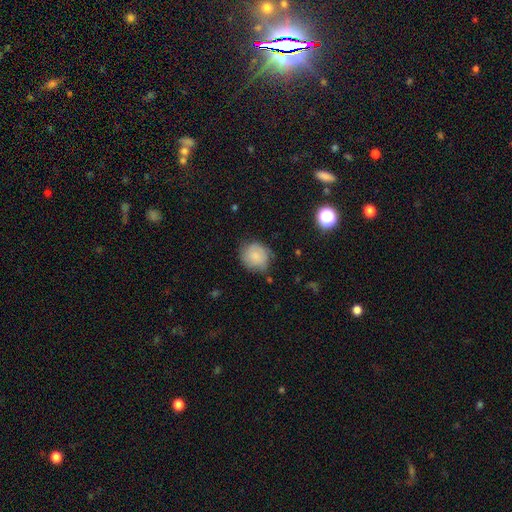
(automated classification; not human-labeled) Smooth or featured?
  - smooth: 79% *
  - featured or disk: 13%
  - star or artifact: 8%
How rounded?
  - round: 81% *
  - in between: 18%
  - cigar-shaped: 1%
Merging?
  - none: 70% *
  - minor disturbance: 23%
  - major disturbance: 5%
  - merger: 2%